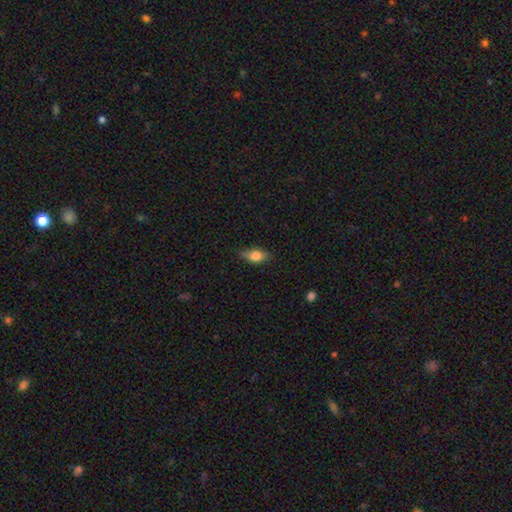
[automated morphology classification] A smooth galaxy with no disk features (76%) that is in between round and cigar-shaped (82%).

Vote fractions:
- Smooth or featured? smooth: 76% / featured or disk: 16% / star or artifact: 8%
- How rounded? in between: 82% / cigar-shaped: 11% / round: 7%
- Merging? none: 73% / minor disturbance: 22% / major disturbance: 4% / merger: 1%